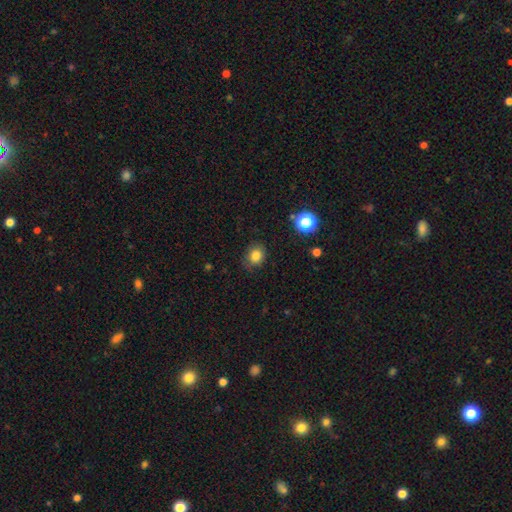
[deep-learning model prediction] Morphology: type=smooth (81%); roundness=round (63%); merging=none (80%).